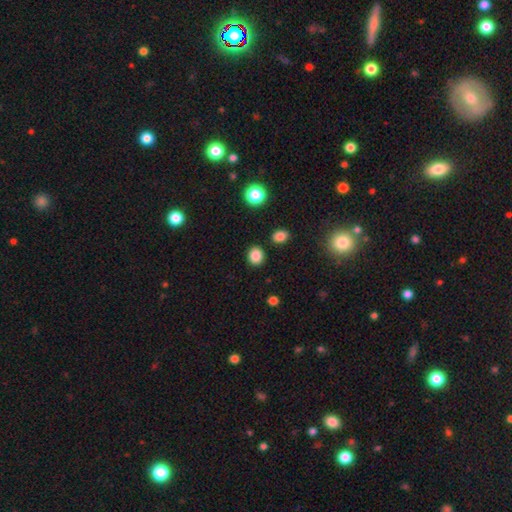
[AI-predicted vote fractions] Smooth or featured: smooth — 86% (star or artifact — 10%)
How rounded: round — 73% (in between — 26%)
Merging: none — 87% (minor disturbance — 7%)